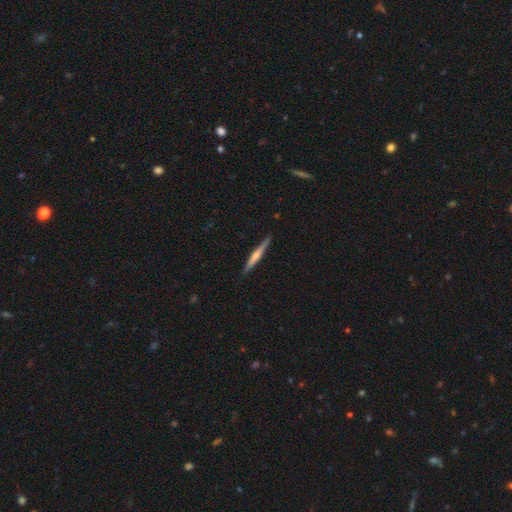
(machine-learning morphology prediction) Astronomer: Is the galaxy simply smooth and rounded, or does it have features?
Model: featured or disk — 64%.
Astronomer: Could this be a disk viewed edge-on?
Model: yes — 98%.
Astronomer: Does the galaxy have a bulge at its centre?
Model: rounded — 76%.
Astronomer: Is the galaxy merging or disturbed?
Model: none — 90%.